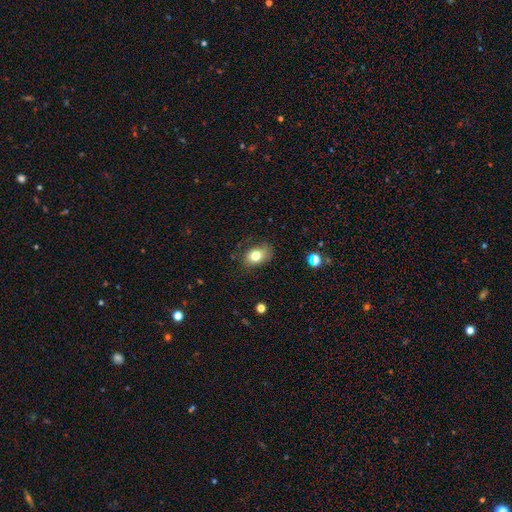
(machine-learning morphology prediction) Overall: smooth (78%). How rounded: in between (80%). Merging: none (71%).